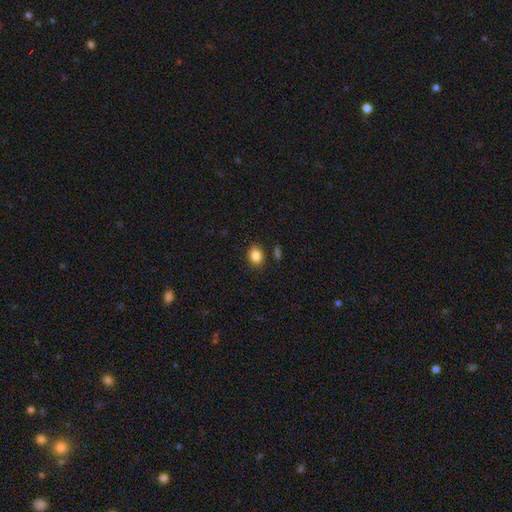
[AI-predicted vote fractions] This is clearly a smooth galaxy (86%). How rounded: likely in between (67%). Merging: clearly none (85%).